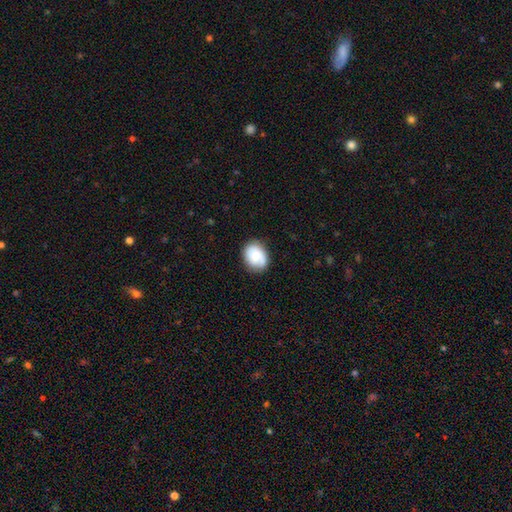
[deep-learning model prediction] smooth 71%, featured or disk 22%, star or artifact 7%. Down the decision tree: how rounded — in between (56%); merging — none (76%).